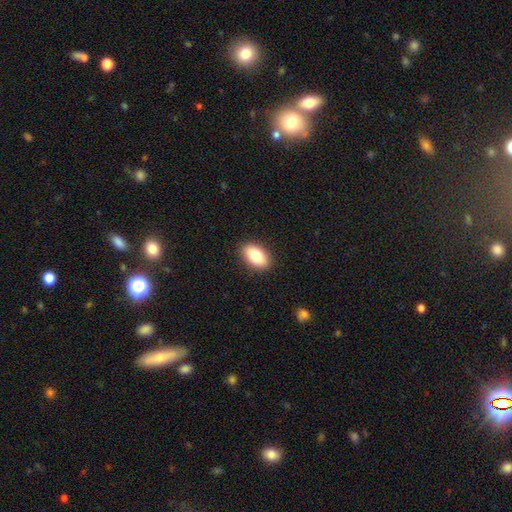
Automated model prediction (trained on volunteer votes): A smooth galaxy with no disk features (84%) that is in between round and cigar-shaped (92%). Merging: none (89%).